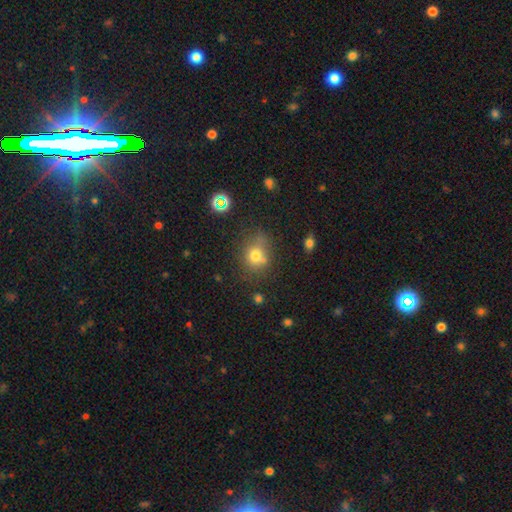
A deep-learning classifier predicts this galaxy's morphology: Q: Smooth or featured?
A: smooth (71%); runner-up: star or artifact (17%)
Q: How rounded?
A: round (68%); runner-up: in between (31%)
Q: Merging?
A: none (59%); runner-up: minor disturbance (19%)